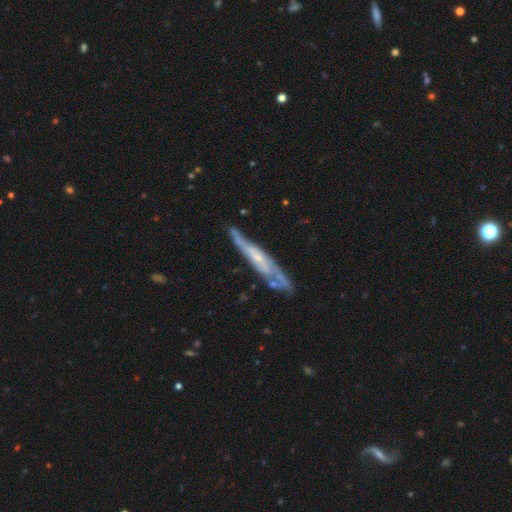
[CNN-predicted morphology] featured or disk 73%, smooth 20%, star or artifact 7%. Down the decision tree: edge-on disk — yes (67%); merging — none (72%).